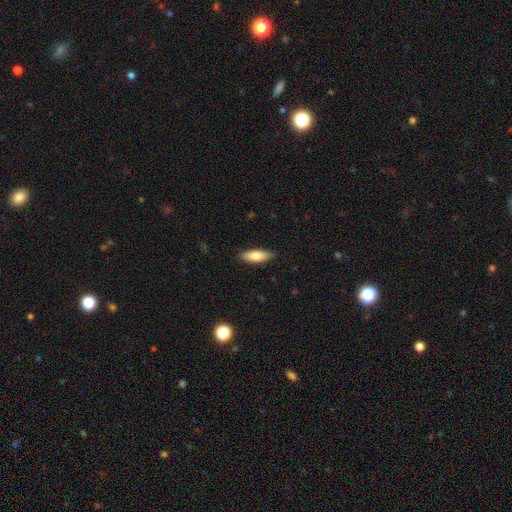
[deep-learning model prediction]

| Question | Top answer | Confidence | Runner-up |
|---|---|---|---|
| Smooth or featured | smooth | 76% | featured or disk (17%) |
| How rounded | in between | 67% | cigar-shaped (31%) |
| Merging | none | 83% | minor disturbance (14%) |